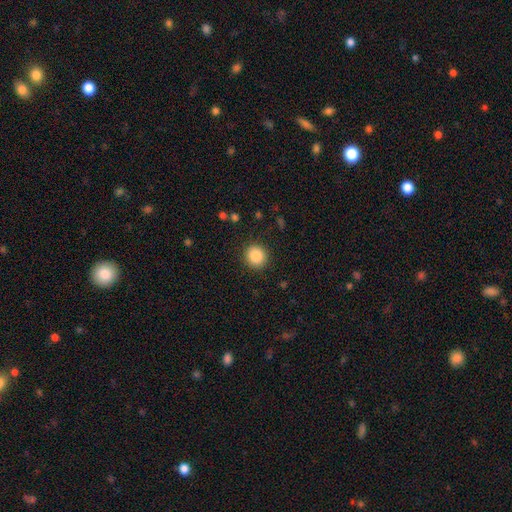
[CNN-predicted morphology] Smooth or featured?
  - smooth: 87% *
  - star or artifact: 9%
  - featured or disk: 4%
How rounded?
  - round: 89% *
  - in between: 10%
  - cigar-shaped: 1%
Merging?
  - none: 90% *
  - minor disturbance: 6%
  - major disturbance: 2%
  - merger: 1%